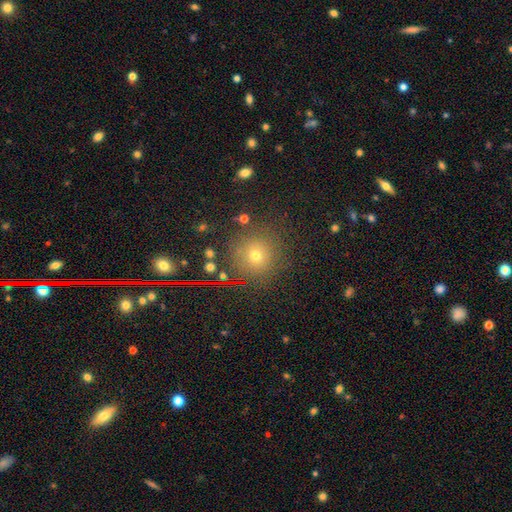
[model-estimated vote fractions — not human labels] Morphology: type=smooth (59%); roundness=round (93%); merging=none (85%).